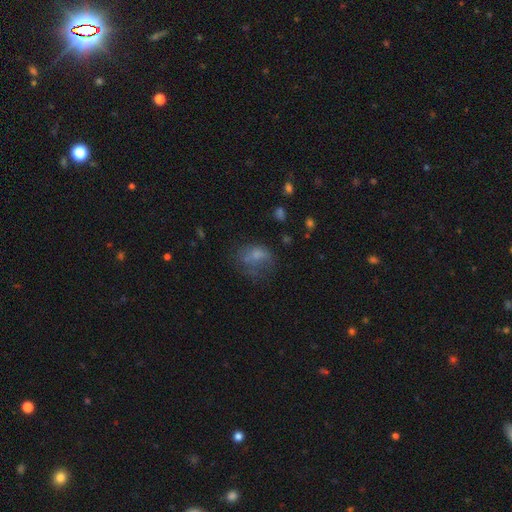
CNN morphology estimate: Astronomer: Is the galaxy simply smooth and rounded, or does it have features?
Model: smooth — 57%.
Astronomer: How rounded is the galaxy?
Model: in between — 65%.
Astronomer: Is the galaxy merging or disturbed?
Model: major disturbance — 35% (runner-up: none, 34%).